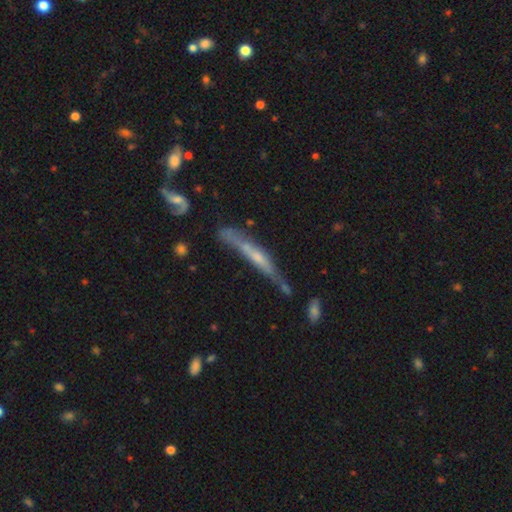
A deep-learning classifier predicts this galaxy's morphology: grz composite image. It shows a featured or disk galaxy (64%) viewed edge-on (84%) with no central bulge (45%). Merging: none (51%).